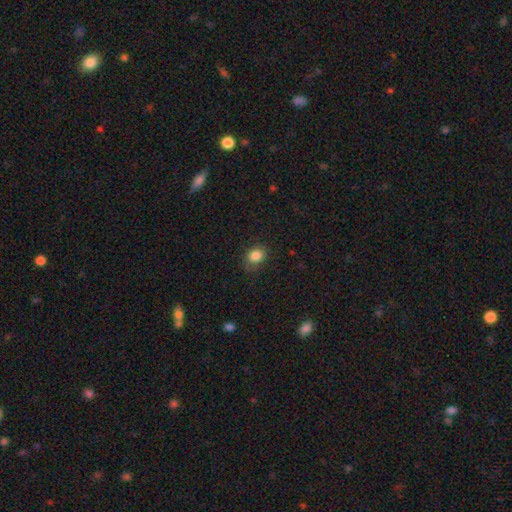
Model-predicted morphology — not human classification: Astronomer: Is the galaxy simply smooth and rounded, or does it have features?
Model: smooth — 84%.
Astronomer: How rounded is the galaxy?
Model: round — 54% (runner-up: in between, 45%).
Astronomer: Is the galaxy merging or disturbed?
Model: none — 79%.